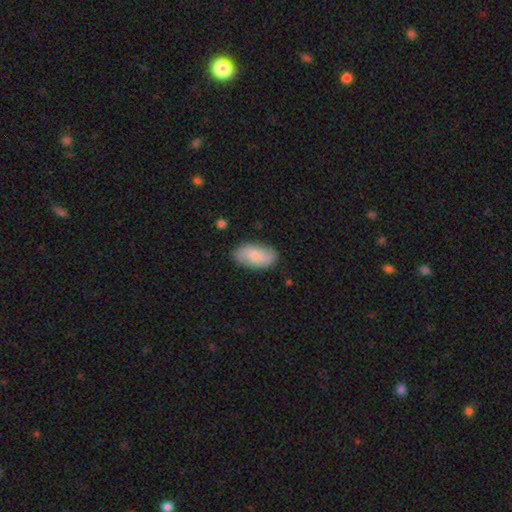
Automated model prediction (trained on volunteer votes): Smooth or featured: smooth — 72% (featured or disk — 21%)
How rounded: in between — 94% (round — 3%)
Merging: none — 84% (minor disturbance — 12%)